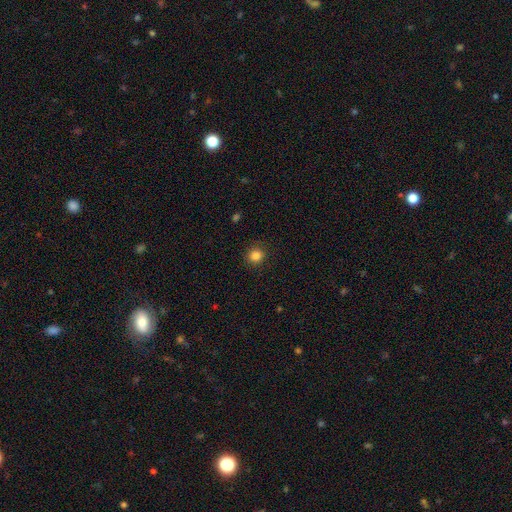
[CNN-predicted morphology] Smooth or featured? smooth (84%)
How rounded? round (92%)
Merging? none (90%)